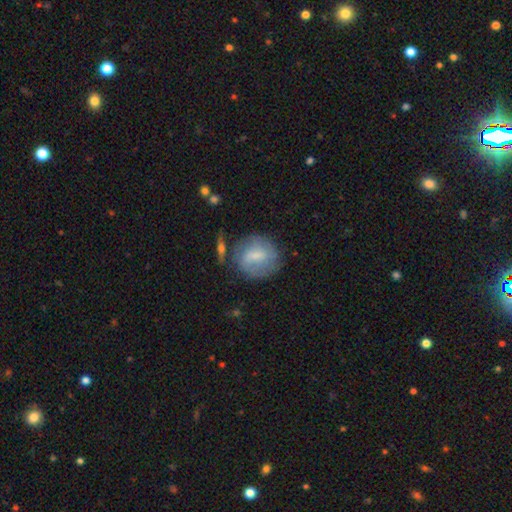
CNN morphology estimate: Smooth or featured?
  - smooth: 52% *
  - featured or disk: 41%
  - star or artifact: 7%
How rounded?
  - round: 77% *
  - in between: 21%
  - cigar-shaped: 2%
Merging?
  - none: 65% *
  - minor disturbance: 20%
  - major disturbance: 9%
  - merger: 6%